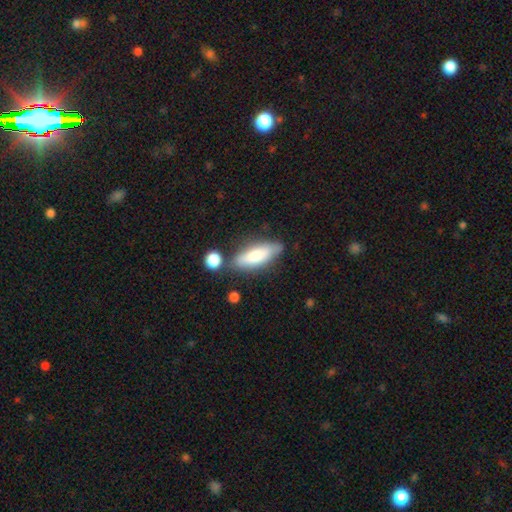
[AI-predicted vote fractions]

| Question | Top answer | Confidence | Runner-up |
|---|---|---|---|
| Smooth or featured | smooth | 72% | featured or disk (22%) |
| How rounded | in between | 58% | cigar-shaped (40%) |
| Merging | none | 68% | minor disturbance (17%) |